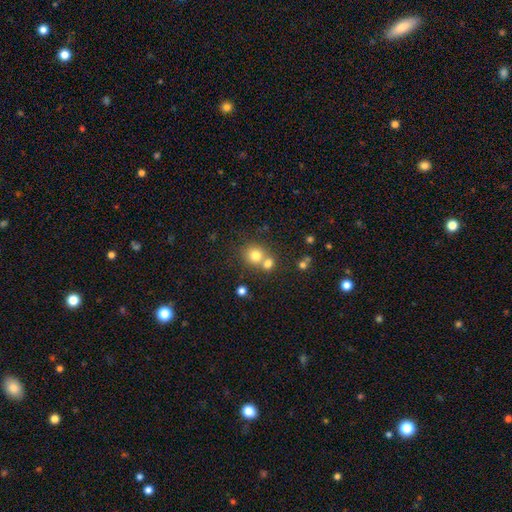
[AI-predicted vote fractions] Q: Smooth or featured?
A: smooth (77%); runner-up: star or artifact (13%)
Q: How rounded?
A: round (85%); runner-up: in between (14%)
Q: Merging?
A: none (49%); runner-up: merger (42%)